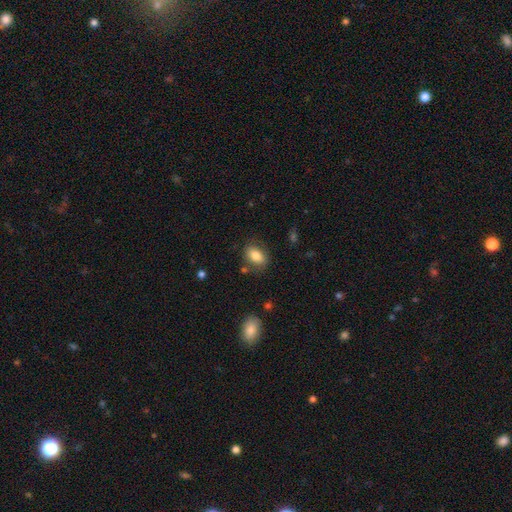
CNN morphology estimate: Overall: smooth (82%). How rounded: in between (85%). Merging: none (77%).